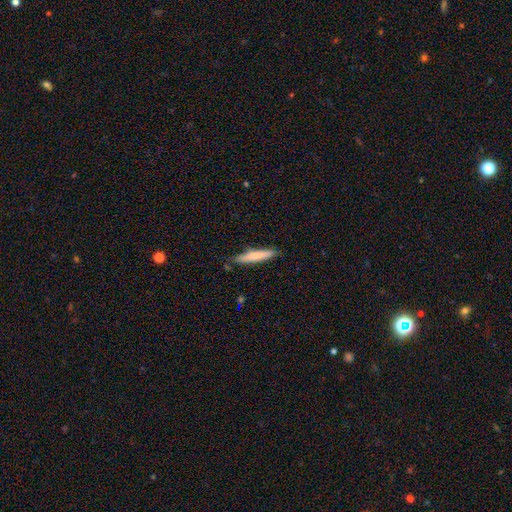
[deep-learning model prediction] This is likely a smooth galaxy (73%). How rounded: clearly cigar-shaped (92%). Merging: clearly none (82%).